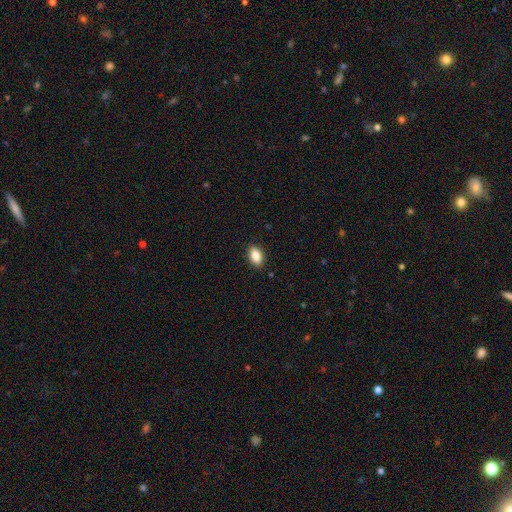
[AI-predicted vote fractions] A smooth galaxy with no disk features (87%) that is in between round and cigar-shaped (91%).

Vote fractions:
- Smooth or featured? smooth: 87% / star or artifact: 8% / featured or disk: 5%
- How rounded? in between: 91% / round: 7% / cigar-shaped: 2%
- Merging? none: 89% / minor disturbance: 8% / major disturbance: 2% / merger: 1%